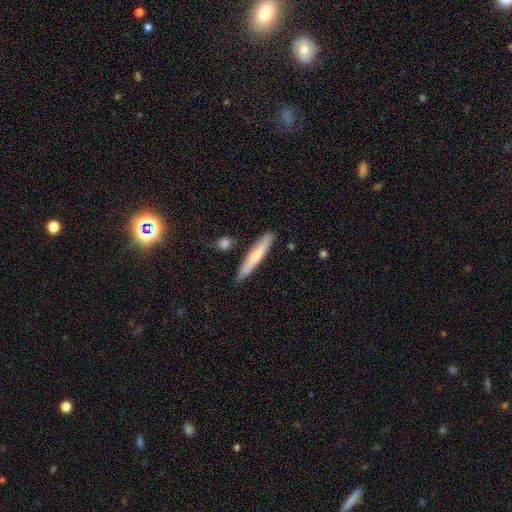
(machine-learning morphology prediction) Q: Smooth or featured?
A: smooth (57%); runner-up: featured or disk (36%)
Q: How rounded?
A: cigar-shaped (92%); runner-up: in between (6%)
Q: Merging?
A: none (86%); runner-up: minor disturbance (9%)